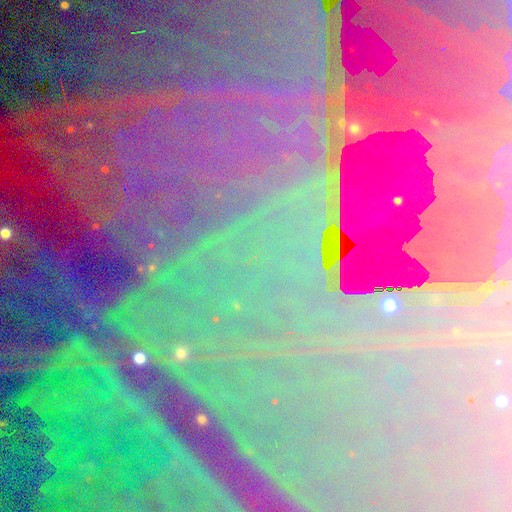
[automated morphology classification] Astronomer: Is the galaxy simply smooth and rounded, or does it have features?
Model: star or artifact — 87%.